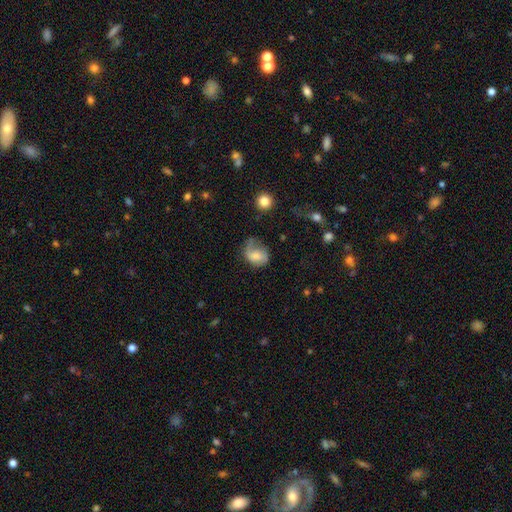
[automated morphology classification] smooth 50%, featured or disk 41%, star or artifact 9%. Down the decision tree: how rounded — in between (54%); merging — none (39%).